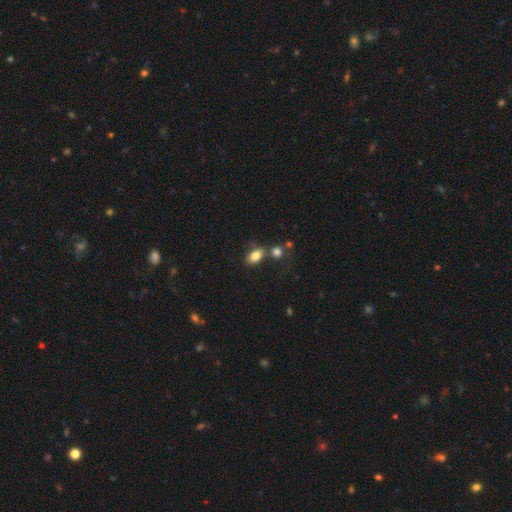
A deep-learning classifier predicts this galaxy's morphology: Smooth or featured?
  - smooth: 83% *
  - star or artifact: 9%
  - featured or disk: 8%
How rounded?
  - in between: 85% *
  - round: 13%
  - cigar-shaped: 2%
Merging?
  - none: 53% *
  - merger: 26%
  - minor disturbance: 15%
  - major disturbance: 7%